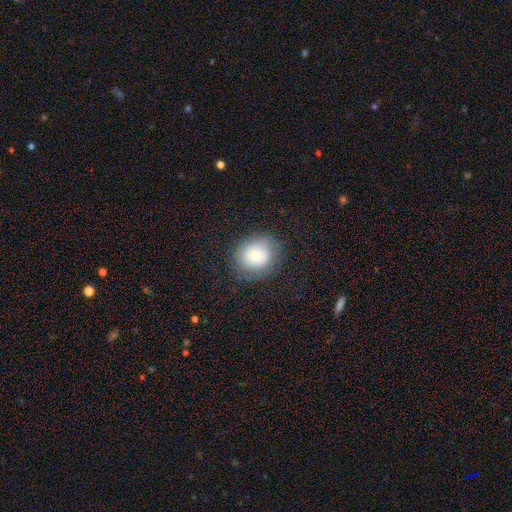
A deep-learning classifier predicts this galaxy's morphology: This appears to be a smooth galaxy with no disk features (61%) that is round (79%). Merging: none (78%).